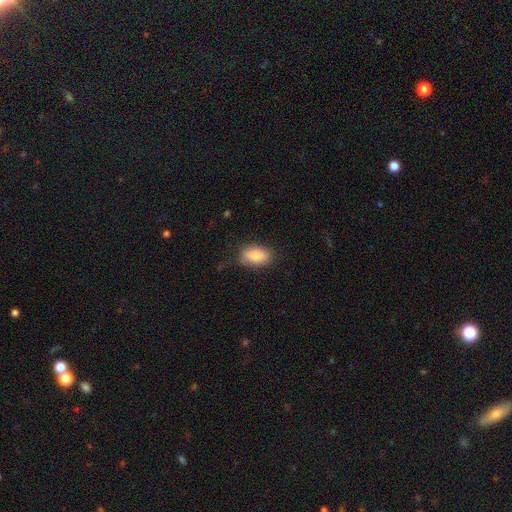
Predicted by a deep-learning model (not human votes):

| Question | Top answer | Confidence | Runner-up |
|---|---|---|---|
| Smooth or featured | smooth | 84% | featured or disk (9%) |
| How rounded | in between | 90% | round (6%) |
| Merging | none | 77% | minor disturbance (17%) |